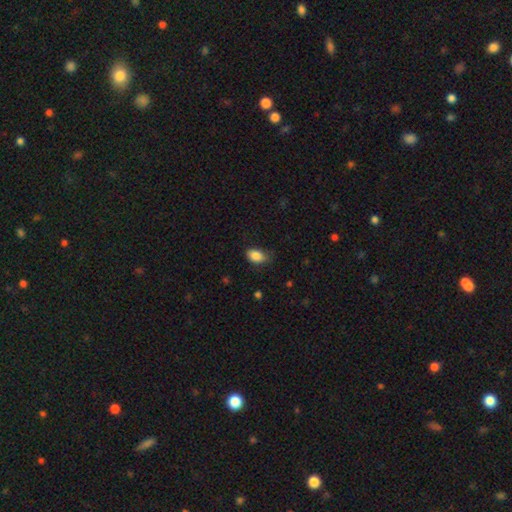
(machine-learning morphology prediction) smooth_or_featured: smooth (p=0.86) [alt: star or artifact p=0.08]
how_rounded: in between (p=0.87) [alt: round p=0.11]
merging: none (p=0.66) [alt: minor disturbance p=0.27]